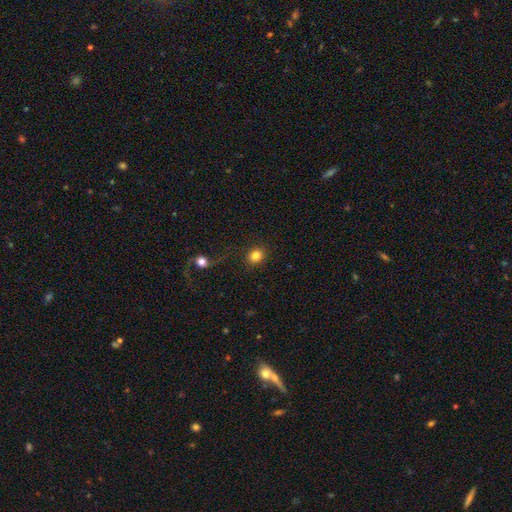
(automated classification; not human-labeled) Overall: smooth (83%). How rounded: round (66%; in between 33%). Merging: none (84%).